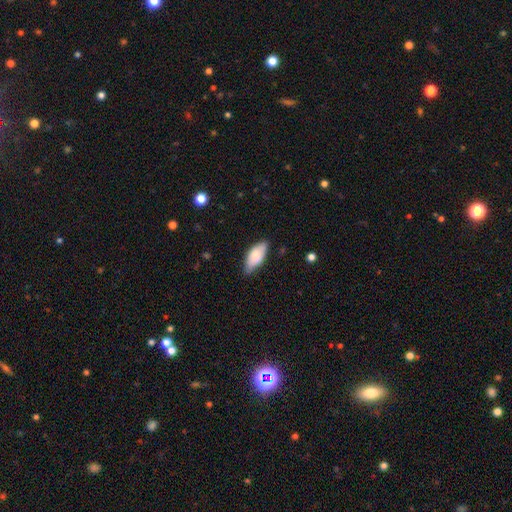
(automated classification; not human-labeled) Smooth or featured? Predicted: smooth (p=0.75). How rounded? Predicted: in between (p=0.86). Merging? Predicted: none (p=0.69).